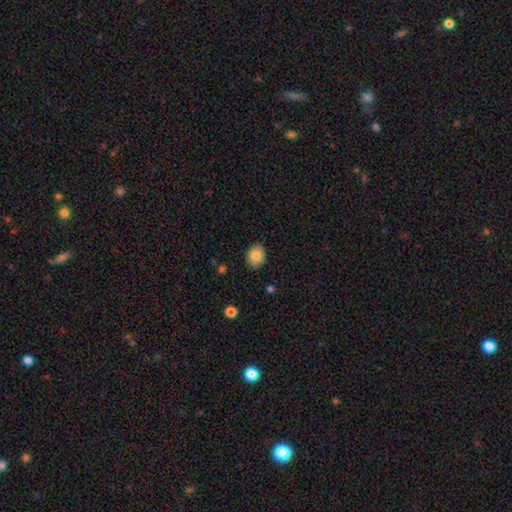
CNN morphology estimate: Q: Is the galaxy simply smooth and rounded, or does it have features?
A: smooth — 85%.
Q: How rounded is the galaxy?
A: round — 60%.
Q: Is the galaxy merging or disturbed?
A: none — 89%.